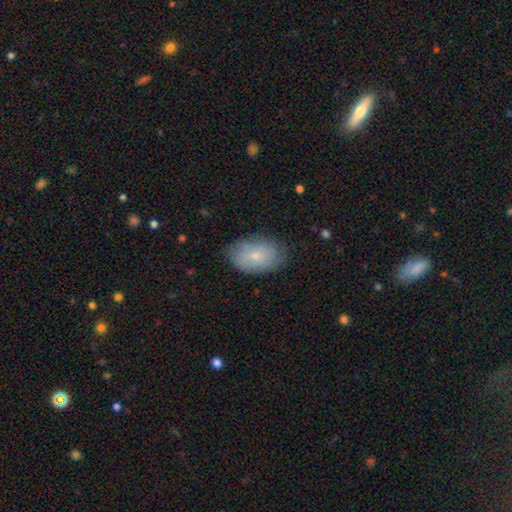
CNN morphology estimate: This is likely a smooth galaxy (71%). How rounded: clearly in between (90%). Merging: likely none (77%).